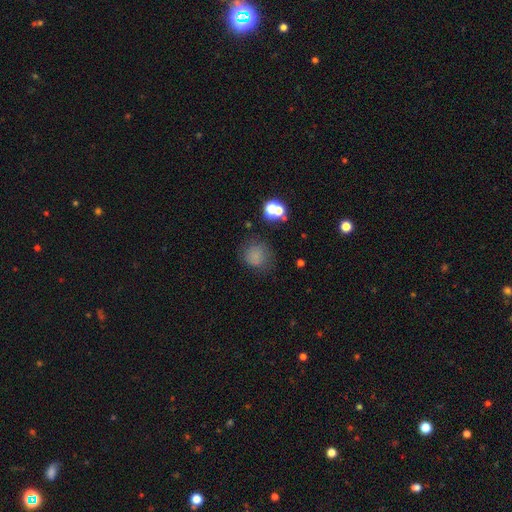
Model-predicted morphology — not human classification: Smooth or featured?
  - smooth: 74% *
  - star or artifact: 15%
  - featured or disk: 10%
How rounded?
  - round: 84% *
  - in between: 15%
  - cigar-shaped: 1%
Merging?
  - none: 69% *
  - minor disturbance: 19%
  - major disturbance: 9%
  - merger: 4%